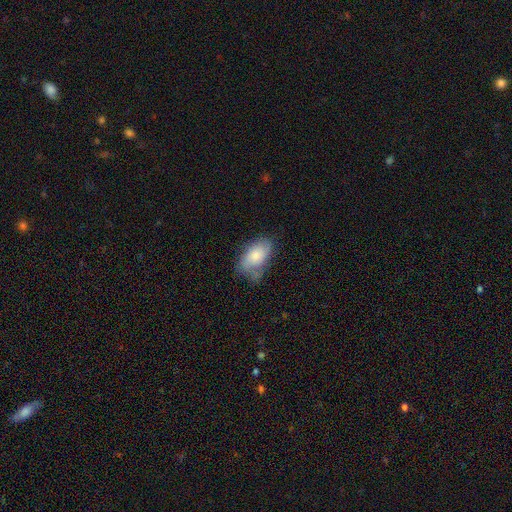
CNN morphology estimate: smooth_or_featured: smooth (p=0.70) [alt: featured or disk p=0.23]
how_rounded: in between (p=0.93) [alt: round p=0.04]
merging: none (p=0.51) [alt: minor disturbance p=0.33]